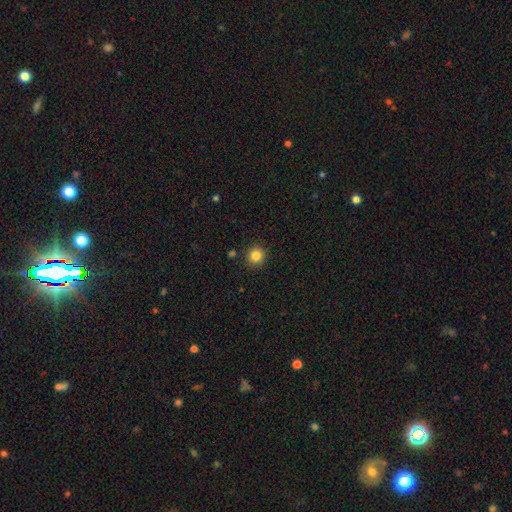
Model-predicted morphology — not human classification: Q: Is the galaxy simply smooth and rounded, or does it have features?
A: smooth — 84%.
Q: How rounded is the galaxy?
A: round — 92%.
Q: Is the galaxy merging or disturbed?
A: none — 90%.